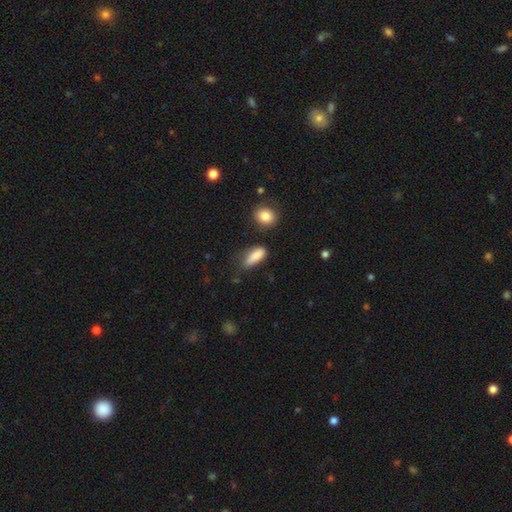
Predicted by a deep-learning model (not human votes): A smooth galaxy with no disk features (84%) that is in between round and cigar-shaped (66%).

Vote fractions:
- Smooth or featured? smooth: 84% / star or artifact: 8% / featured or disk: 8%
- How rounded? in between: 66% / cigar-shaped: 31% / round: 3%
- Merging? none: 56% / minor disturbance: 30% / major disturbance: 9% / merger: 5%